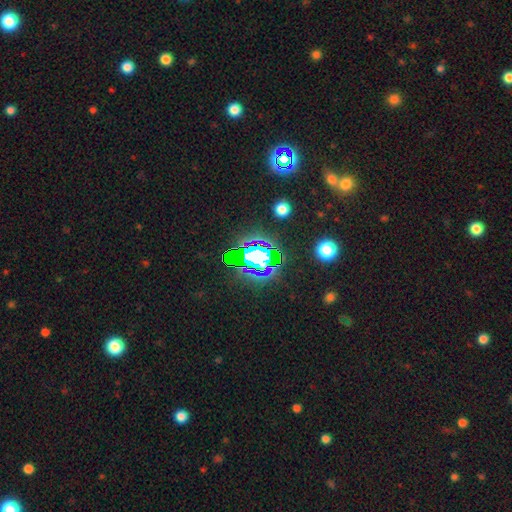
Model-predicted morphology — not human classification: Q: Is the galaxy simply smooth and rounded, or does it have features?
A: star or artifact — 66%.